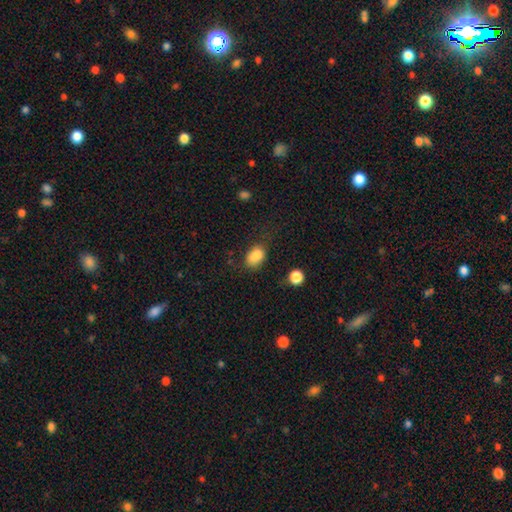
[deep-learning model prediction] A smooth galaxy with no disk features (86%) that is in between round and cigar-shaped (80%). Merging: none (68%).